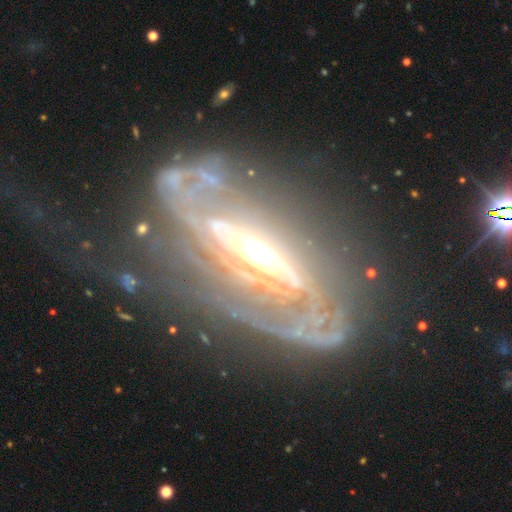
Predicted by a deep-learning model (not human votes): Smooth or featured? featured or disk (87%)
Edge-on disk? no (82%)
Bar? no (45%)
Spiral arms? yes (86%)
Spiral winding? tight (54%)
Spiral arm count? can't tell (37%)
Bulge size? moderate (61%)
Merging? none (58%)